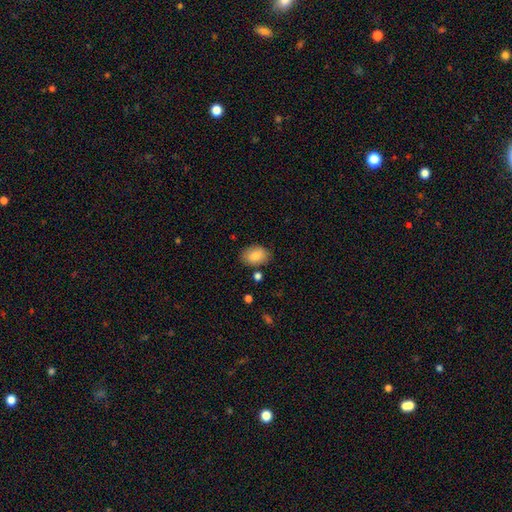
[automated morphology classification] smooth-or-featured: smooth: 85% | featured or disk: 8% | star or artifact: 7%
  how-rounded: in between: 85% | round: 14% | cigar-shaped: 1%
  merging: none: 80% | minor disturbance: 13% | merger: 3% | major disturbance: 3%